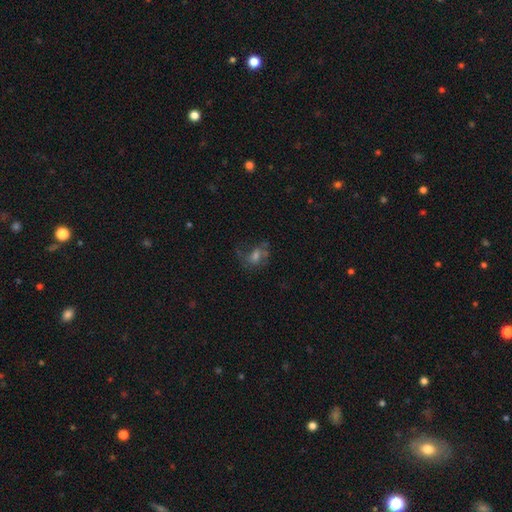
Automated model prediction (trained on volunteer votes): Smooth or featured: featured or disk — 43% (smooth — 34%)
Merging: none — 49% (major disturbance — 27%)